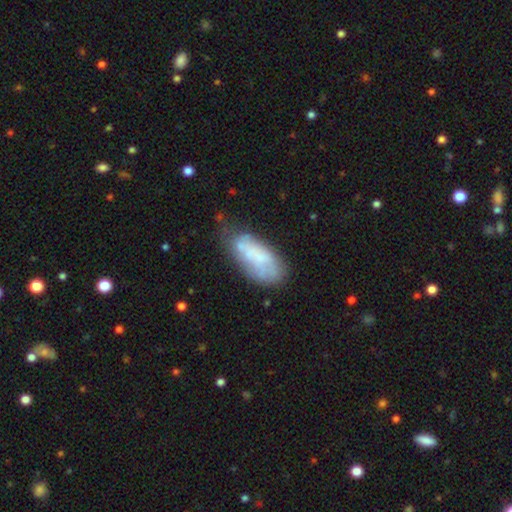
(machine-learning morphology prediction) This appears to be a smooth galaxy with no disk features (51%) that is in between round and cigar-shaped (85%). Merging: none (48%).